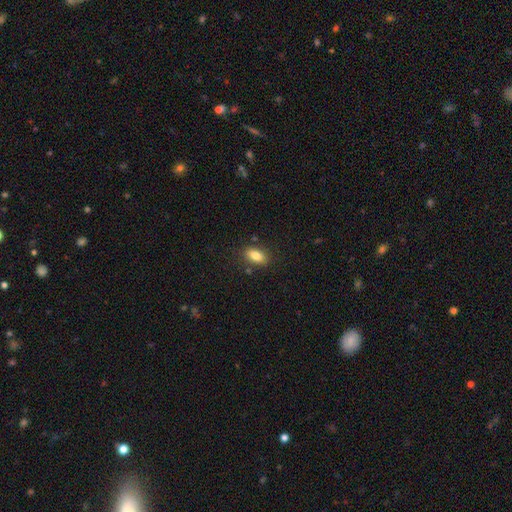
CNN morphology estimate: type=smooth (82%); roundness=in between (87%); merging=none (83%).